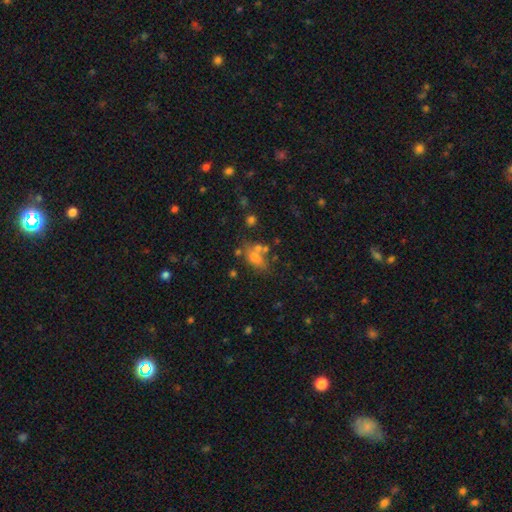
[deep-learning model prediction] This appears to be a smooth galaxy with no disk features (64%) that is in between round and cigar-shaped (77%). Merging: none (42%).